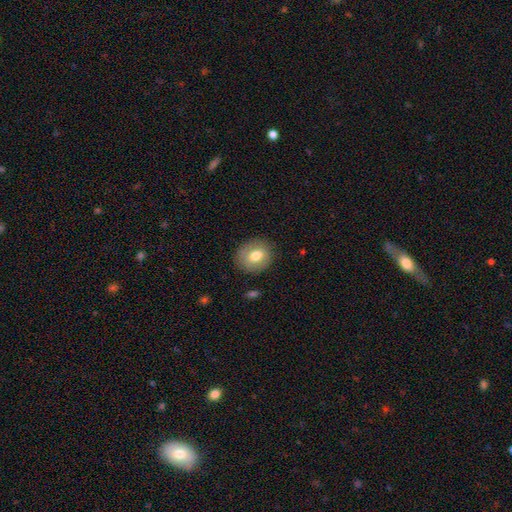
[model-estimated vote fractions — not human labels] Smooth or featured: smooth — 73% (featured or disk — 19%)
How rounded: round — 70% (in between — 29%)
Merging: none — 84% (minor disturbance — 11%)